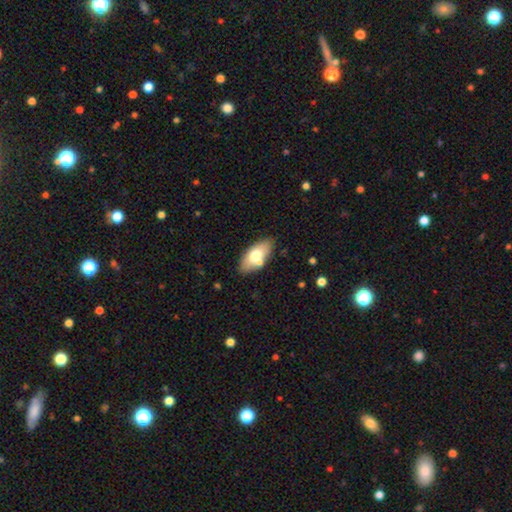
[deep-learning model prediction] A smooth galaxy with no disk features (68%) that is in between round and cigar-shaped (89%).

Vote fractions:
- Smooth or featured? smooth: 68% / featured or disk: 26% / star or artifact: 7%
- How rounded? in between: 89% / cigar-shaped: 8% / round: 3%
- Merging? none: 77% / minor disturbance: 12% / merger: 8% / major disturbance: 3%